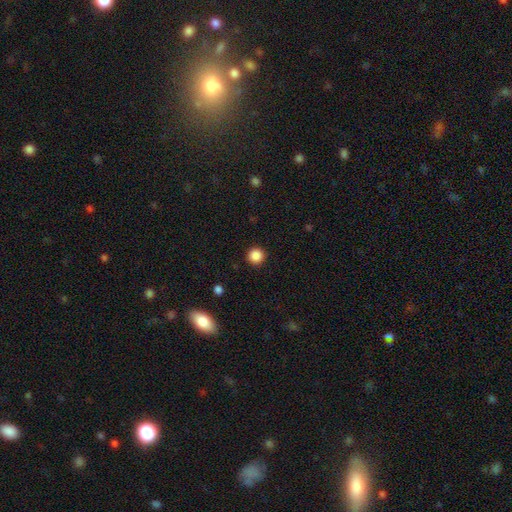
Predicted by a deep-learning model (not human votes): Smooth or featured: smooth — 87% (star or artifact — 10%)
How rounded: round — 95% (in between — 4%)
Merging: none — 92% (minor disturbance — 5%)